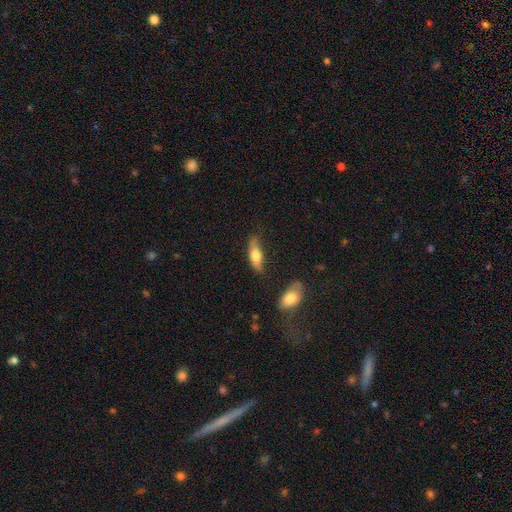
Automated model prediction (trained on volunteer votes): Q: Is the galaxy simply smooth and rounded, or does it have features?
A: smooth — 66%.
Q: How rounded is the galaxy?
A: in between — 57%.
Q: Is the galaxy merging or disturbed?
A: none — 62%.